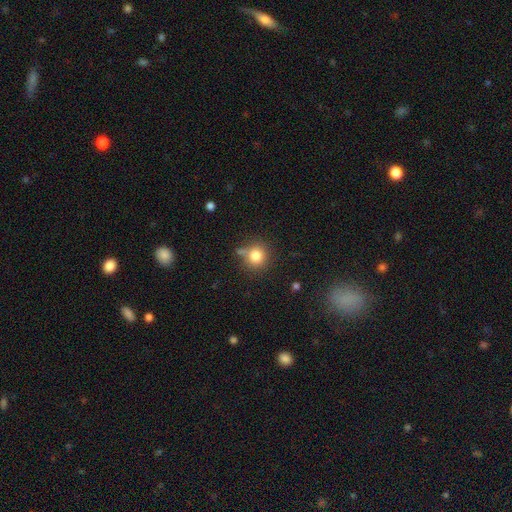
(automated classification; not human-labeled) smooth-or-featured: smooth: 80% | star or artifact: 12% | featured or disk: 8%
  how-rounded: round: 89% | in between: 10% | cigar-shaped: 1%
  merging: none: 68% | minor disturbance: 16% | merger: 10% | major disturbance: 6%